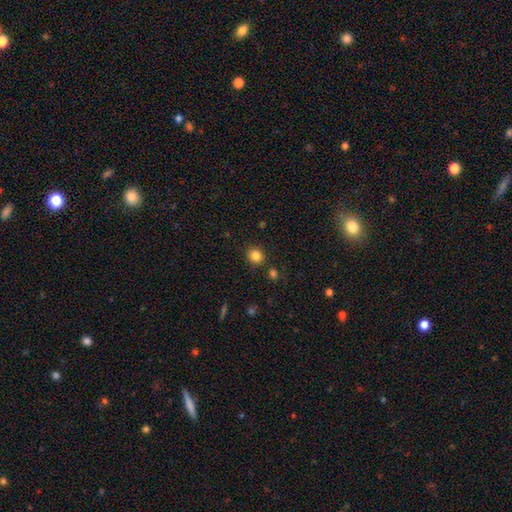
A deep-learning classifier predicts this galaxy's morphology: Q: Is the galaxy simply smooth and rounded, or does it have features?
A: smooth — 83%.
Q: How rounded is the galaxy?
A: round — 82%.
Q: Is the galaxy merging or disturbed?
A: none — 87%.